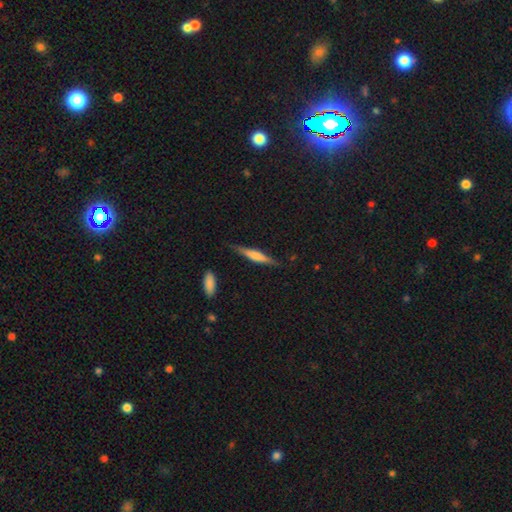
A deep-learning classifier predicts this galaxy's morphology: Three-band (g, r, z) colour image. It shows a featured or disk galaxy (54%) viewed edge-on (96%) with a rounded central bulge (58%). Merging: none (83%).